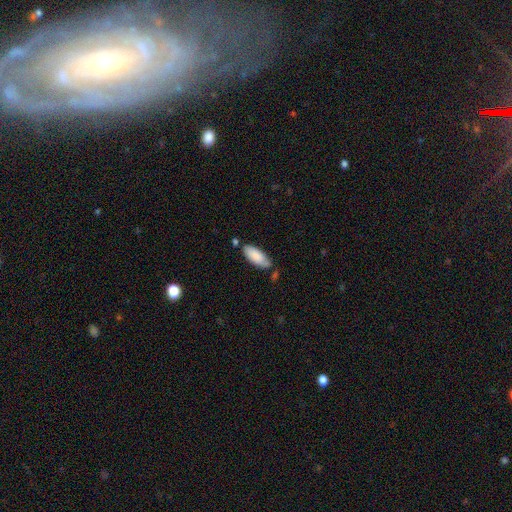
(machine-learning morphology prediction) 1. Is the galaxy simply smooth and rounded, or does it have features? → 85% smooth, 9% featured or disk, 6% star or artifact.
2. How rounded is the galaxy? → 81% in between, 17% cigar-shaped, 1% round.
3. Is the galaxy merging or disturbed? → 64% none, 22% minor disturbance, 10% merger, 4% major disturbance.